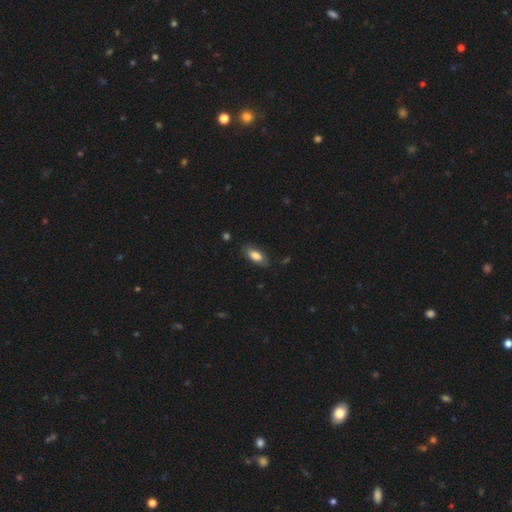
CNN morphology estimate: smooth-or-featured: smooth: 80% | featured or disk: 13% | star or artifact: 7%
  how-rounded: in between: 84% | cigar-shaped: 14% | round: 2%
  merging: none: 81% | minor disturbance: 15% | major disturbance: 3% | merger: 1%